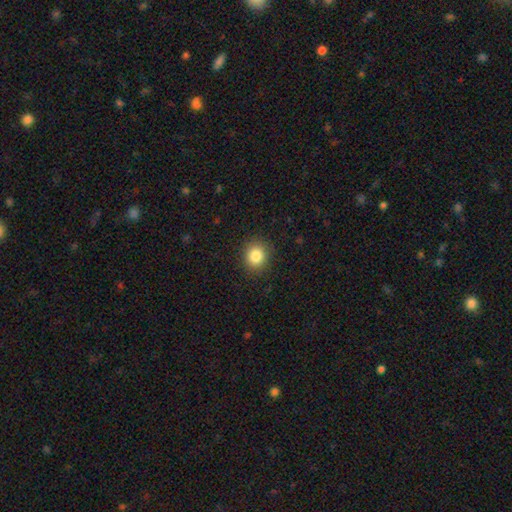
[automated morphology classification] type=smooth (85%); roundness=round (79%); merging=none (88%).